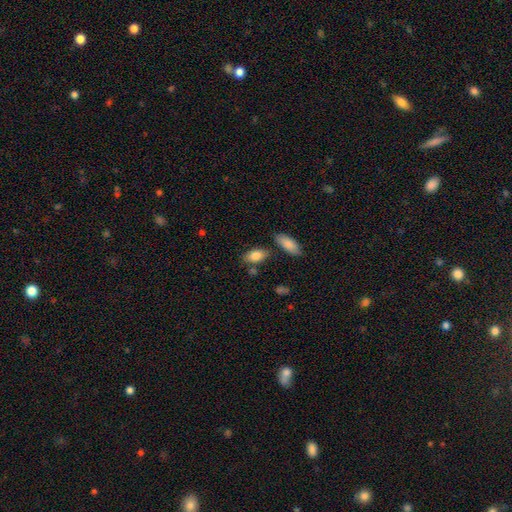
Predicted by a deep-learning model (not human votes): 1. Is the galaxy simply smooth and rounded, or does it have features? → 85% smooth, 9% featured or disk, 7% star or artifact.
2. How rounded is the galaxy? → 90% in between, 5% round, 5% cigar-shaped.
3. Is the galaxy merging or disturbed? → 72% none, 15% minor disturbance, 10% merger, 4% major disturbance.